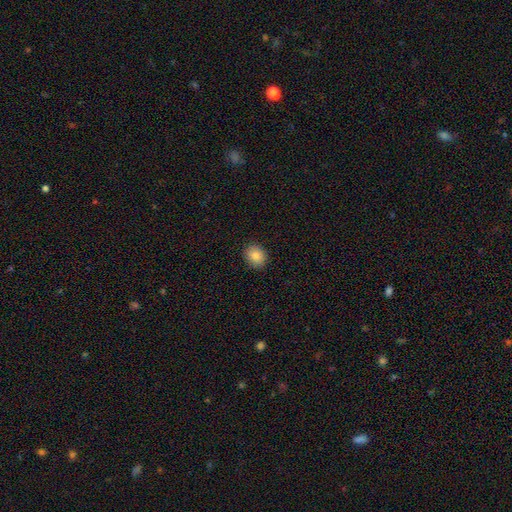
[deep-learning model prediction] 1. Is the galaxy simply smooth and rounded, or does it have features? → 84% smooth, 9% star or artifact, 7% featured or disk.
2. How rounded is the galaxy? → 61% round, 38% in between, 1% cigar-shaped.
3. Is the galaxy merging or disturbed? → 90% none, 7% minor disturbance, 2% major disturbance, 1% merger.